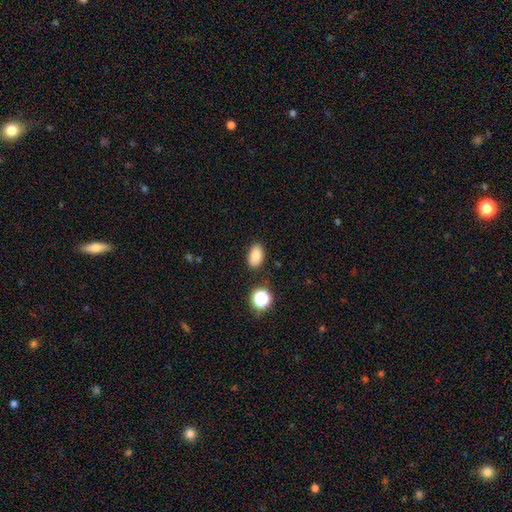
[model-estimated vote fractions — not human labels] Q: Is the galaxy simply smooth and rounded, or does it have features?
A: smooth — 84%.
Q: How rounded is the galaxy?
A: in between — 89%.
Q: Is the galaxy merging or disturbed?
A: none — 86%.